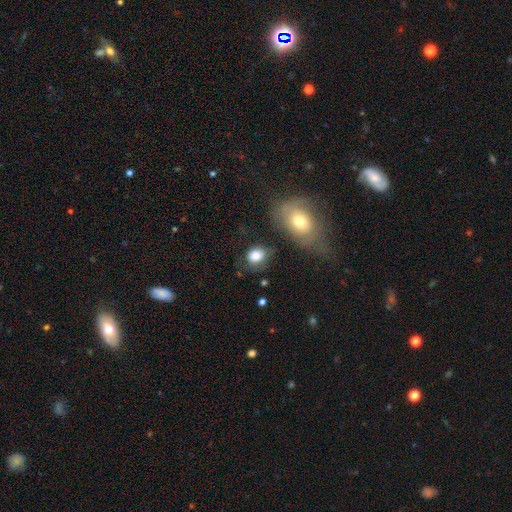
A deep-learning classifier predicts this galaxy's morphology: smooth 82%, featured or disk 9%, star or artifact 9%. Down the decision tree: how rounded — in between (60%); merging — none (53%).